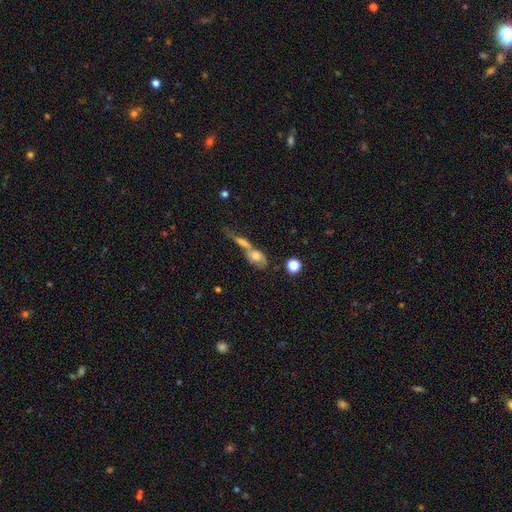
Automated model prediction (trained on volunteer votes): smooth_or_featured: smooth (p=0.47) [alt: featured or disk p=0.41]
merging: merger (p=0.54) [alt: none p=0.26]